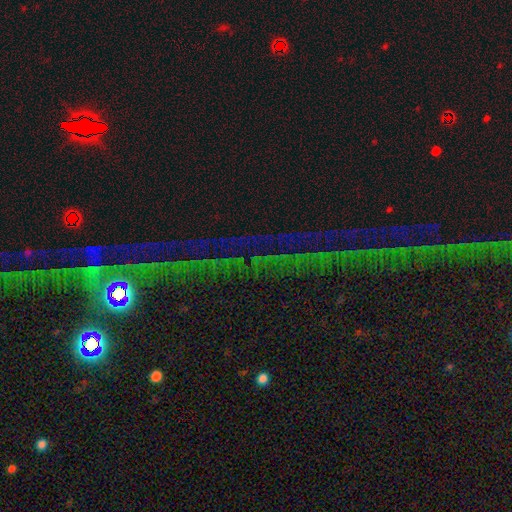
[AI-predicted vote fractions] A star or artifact, not a galaxy (81%).